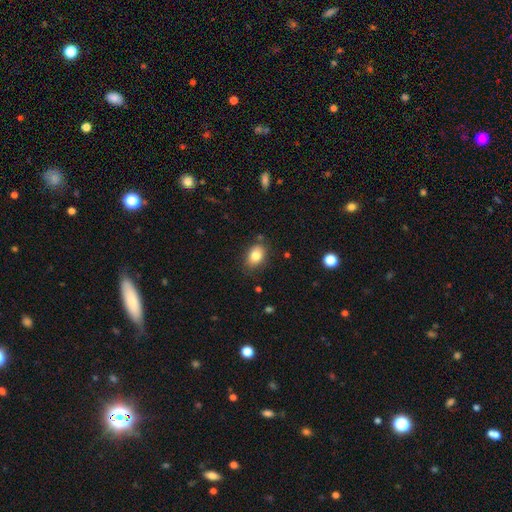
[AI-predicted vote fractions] Q: Smooth or featured?
A: smooth (82%); runner-up: featured or disk (9%)
Q: How rounded?
A: in between (80%); runner-up: round (19%)
Q: Merging?
A: none (80%); runner-up: minor disturbance (15%)